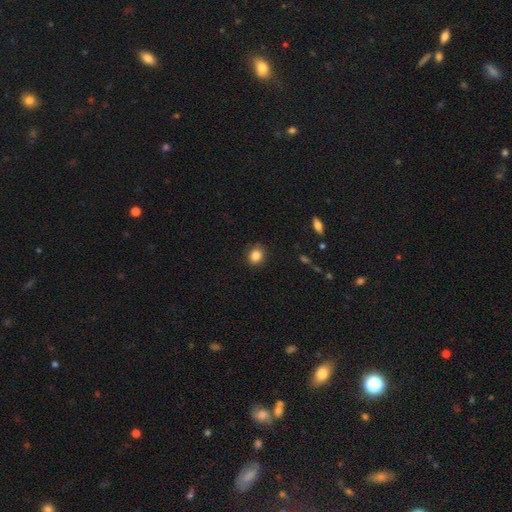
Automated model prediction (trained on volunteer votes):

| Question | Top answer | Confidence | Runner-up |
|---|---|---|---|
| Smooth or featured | smooth | 85% | star or artifact (10%) |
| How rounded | round | 75% | in between (24%) |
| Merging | none | 88% | minor disturbance (9%) |